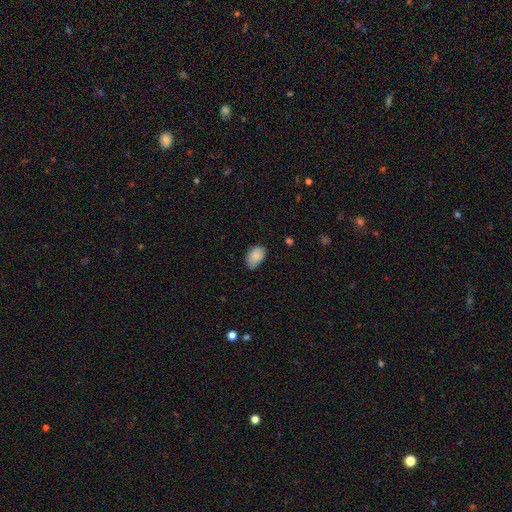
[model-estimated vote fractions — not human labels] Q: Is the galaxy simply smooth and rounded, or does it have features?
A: smooth — 86%.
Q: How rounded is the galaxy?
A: in between — 84%.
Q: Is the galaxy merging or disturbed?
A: none — 57%.